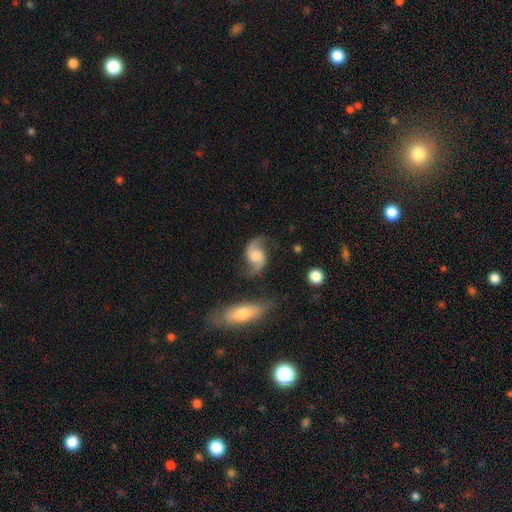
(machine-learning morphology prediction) Smooth or featured?
  - featured or disk: 85% *
  - smooth: 10%
  - star or artifact: 5%
Edge-on disk?
  - no: 97% *
  - yes: 3%
Bar?
  - no: 59% *
  - weak: 34%
  - strong: 7%
Spiral arms?
  - yes: 97% *
  - no: 3%
Spiral winding?
  - loose: 62% *
  - medium: 32%
  - tight: 6%
Spiral arm count?
  - 2: 93% *
  - can't tell: 2%
  - 1: 2%
  - 3: 1%
  - 4: 1%
  - more than 4: 1%
Bulge size?
  - moderate: 44% *
  - small: 25%
  - large: 16%
  - none: 12%
  - dominant: 3%
Merging?
  - none: 70% *
  - minor disturbance: 18%
  - major disturbance: 8%
  - merger: 5%